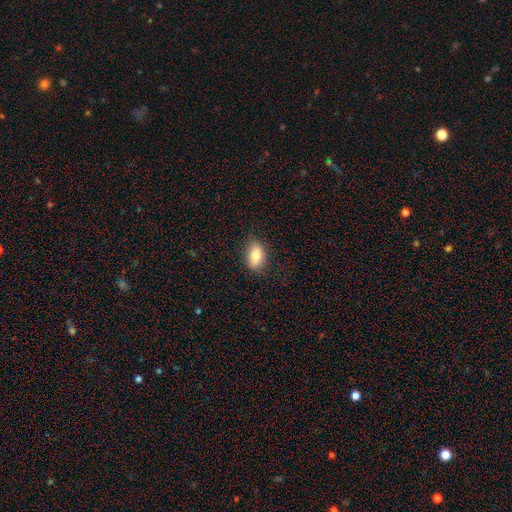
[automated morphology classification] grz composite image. It shows a smooth galaxy with no disk features (83%) that is in between round and cigar-shaped (88%). Merging: none (83%).